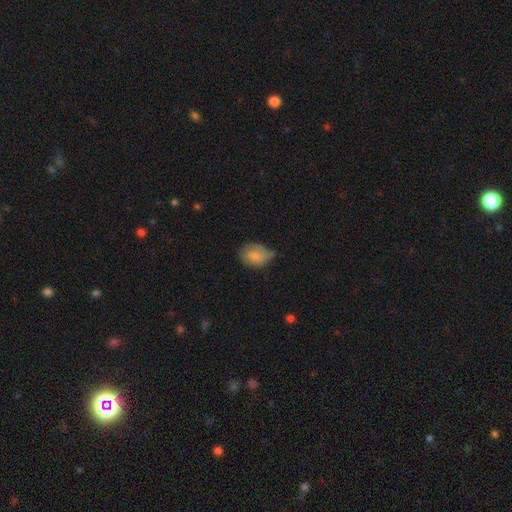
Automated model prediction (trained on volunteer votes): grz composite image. It shows a smooth galaxy with no disk features (72%) that is in between round and cigar-shaped (66%). Merging: minor disturbance (44%).